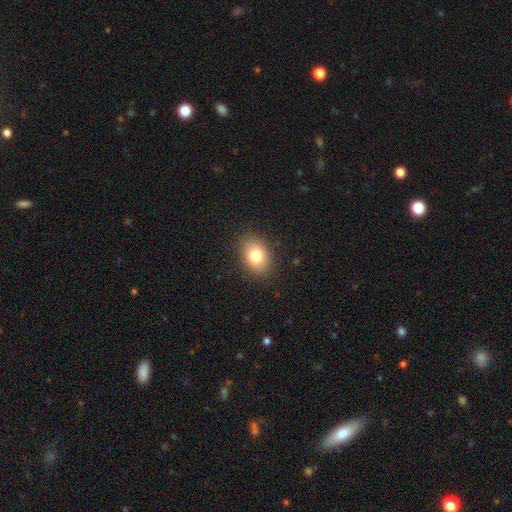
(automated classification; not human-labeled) smooth_or_featured: smooth (p=0.80) [alt: featured or disk p=0.10]
how_rounded: in between (p=0.69) [alt: round p=0.30]
merging: none (p=0.87) [alt: minor disturbance p=0.09]